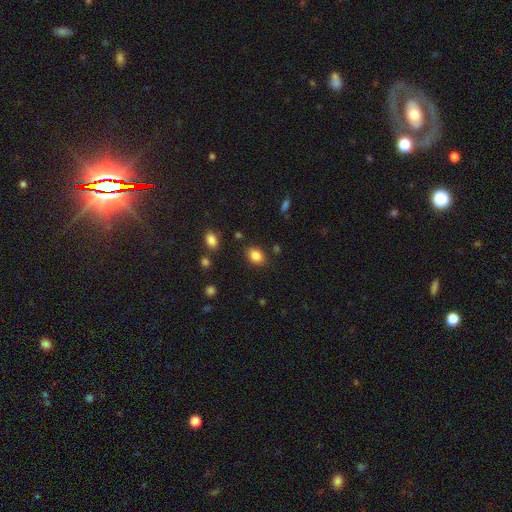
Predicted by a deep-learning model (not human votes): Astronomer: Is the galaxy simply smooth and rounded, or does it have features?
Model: smooth — 85%.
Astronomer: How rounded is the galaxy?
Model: in between — 73%.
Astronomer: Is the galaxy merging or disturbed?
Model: none — 85%.